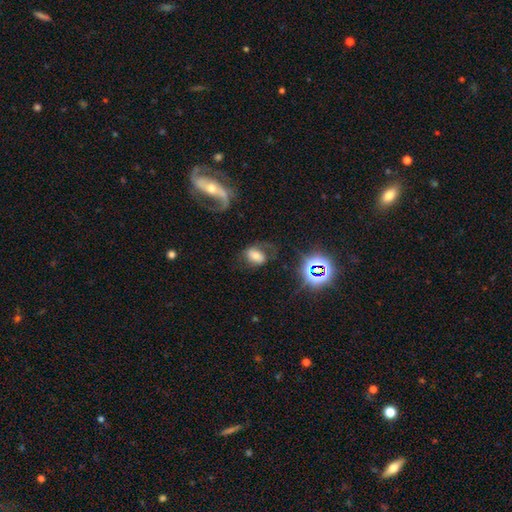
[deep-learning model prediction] Smooth or featured: smooth — 46% (featured or disk — 37%)
Merging: none — 54% (major disturbance — 22%)